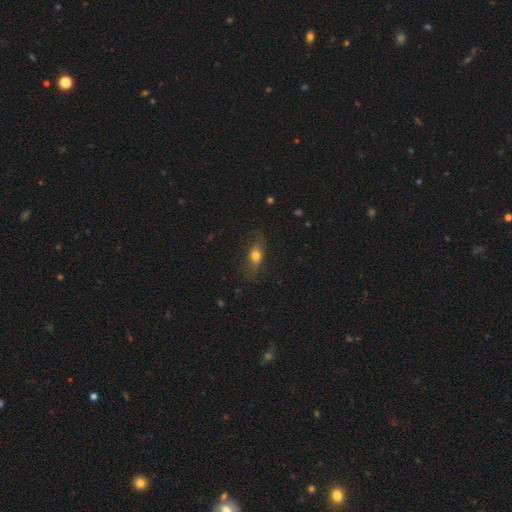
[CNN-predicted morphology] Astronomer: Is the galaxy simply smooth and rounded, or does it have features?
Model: smooth — 65%.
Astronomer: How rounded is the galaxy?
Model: in between — 65%.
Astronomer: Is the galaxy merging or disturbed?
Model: none — 73%.